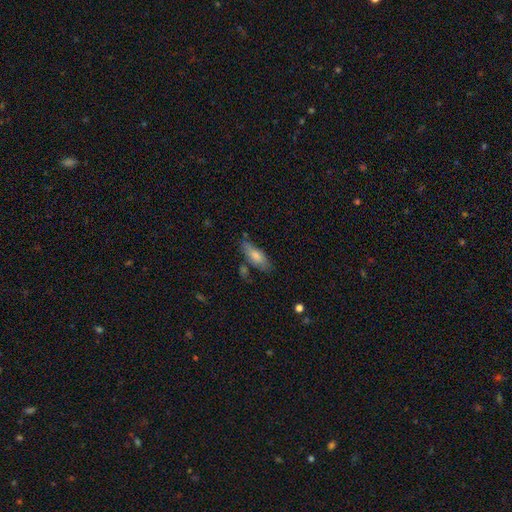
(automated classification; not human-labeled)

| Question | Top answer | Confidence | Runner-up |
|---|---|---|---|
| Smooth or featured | smooth | 73% | featured or disk (21%) |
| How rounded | in between | 63% | cigar-shaped (34%) |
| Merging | none | 61% | minor disturbance (23%) |